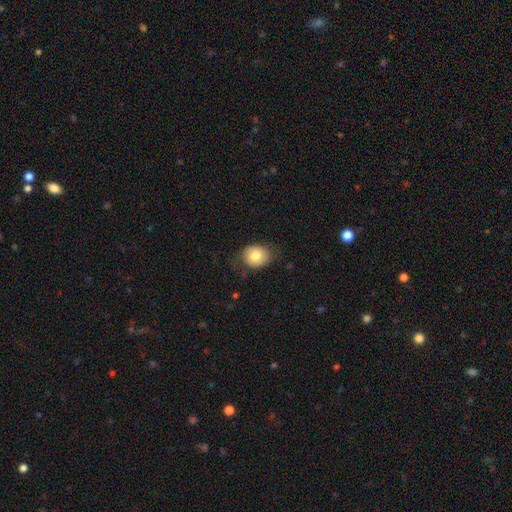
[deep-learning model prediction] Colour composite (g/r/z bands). It shows a smooth galaxy with no disk features (75%) that is round (51%). Merging: none (68%).